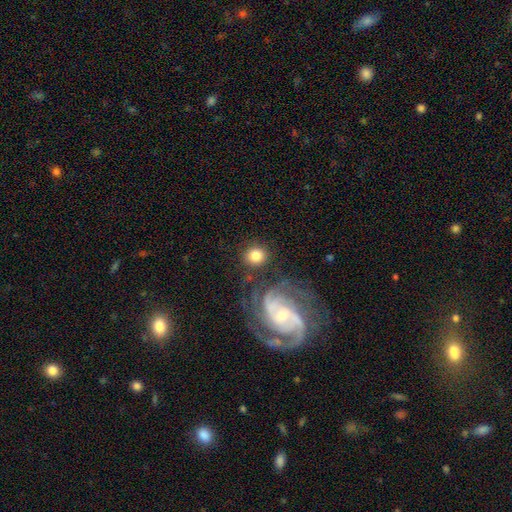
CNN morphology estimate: The model was most divided on "smooth or featured": smooth: 75%, featured or disk: 17%, star or artifact: 8%. More confident: how rounded — round (85%); merging — none (79%).